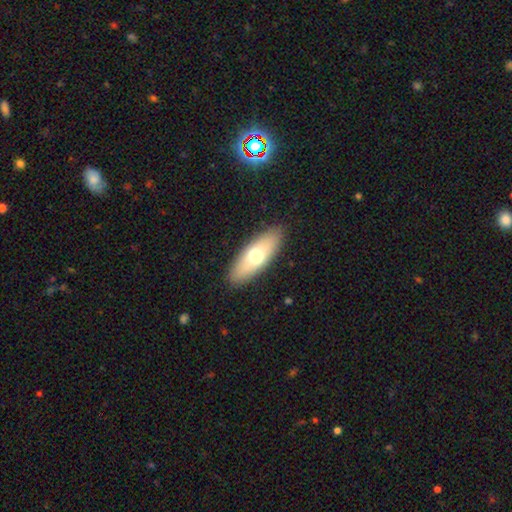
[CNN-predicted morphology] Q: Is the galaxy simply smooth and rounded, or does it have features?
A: smooth — 64%.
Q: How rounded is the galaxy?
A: in between — 68%.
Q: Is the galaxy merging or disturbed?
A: none — 88%.